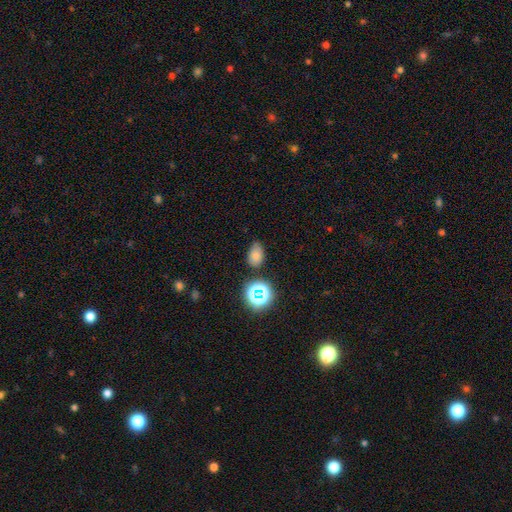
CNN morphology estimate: type=smooth (72%); roundness=in between (80%); merging=none (68%).